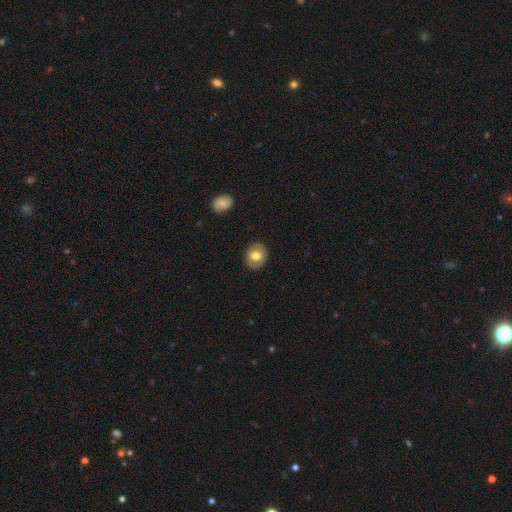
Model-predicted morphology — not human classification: This appears to be a smooth galaxy with no disk features (71%) that is round (56%). Merging: none (87%).